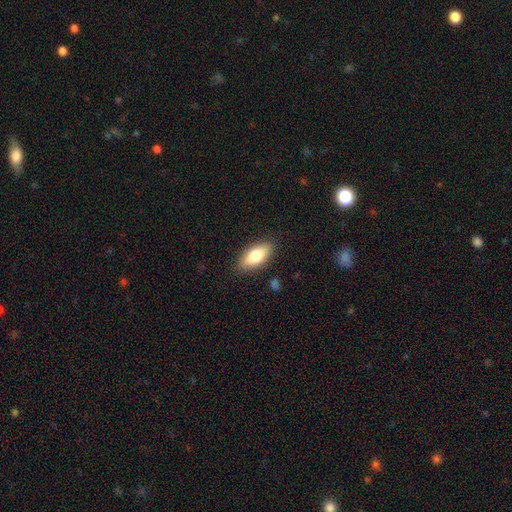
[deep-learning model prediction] smooth 79%, featured or disk 14%, star or artifact 6%. Down the decision tree: how rounded — in between (84%); merging — none (86%).